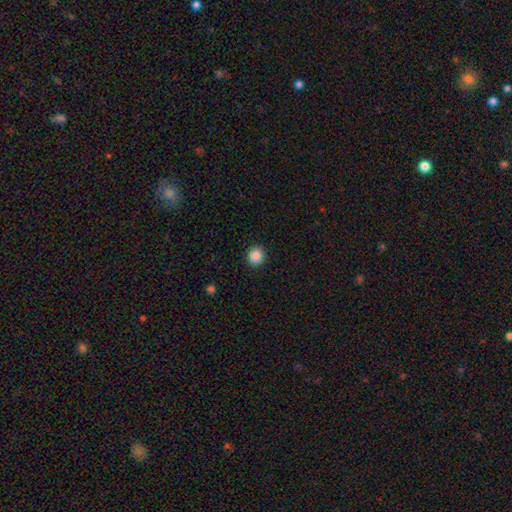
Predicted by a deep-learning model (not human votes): A smooth galaxy with no disk features (86%) that is round (88%). Merging: none (92%).